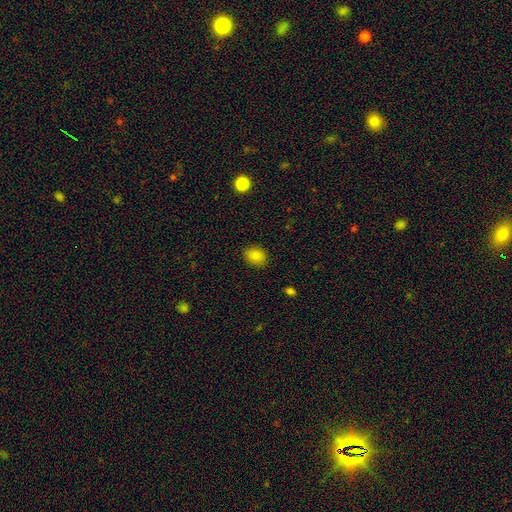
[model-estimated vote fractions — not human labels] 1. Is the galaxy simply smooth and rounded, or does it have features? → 83% smooth, 11% star or artifact, 6% featured or disk.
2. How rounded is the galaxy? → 51% in between, 48% round, 1% cigar-shaped.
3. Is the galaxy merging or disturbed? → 87% none, 9% minor disturbance, 2% major disturbance, 1% merger.